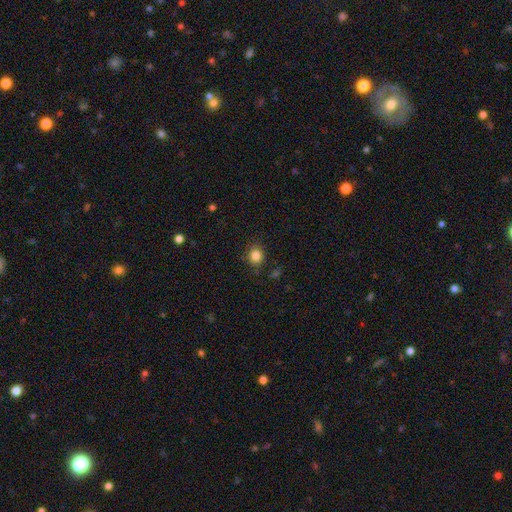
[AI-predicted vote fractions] A smooth galaxy with no disk features (84%) that is round (76%). Merging: none (84%).